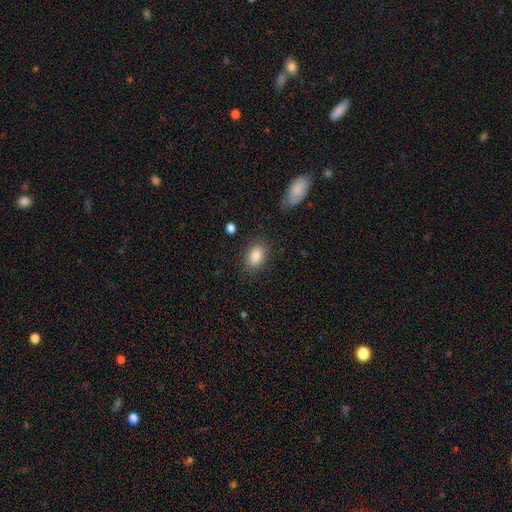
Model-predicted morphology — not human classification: smooth 87%, star or artifact 8%, featured or disk 5%. Down the decision tree: how rounded — in between (87%); merging — none (84%).